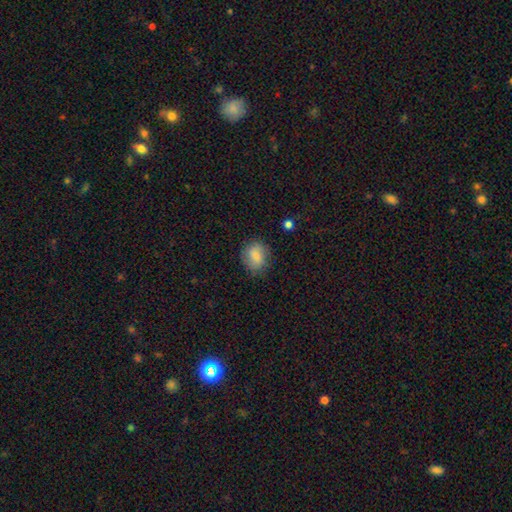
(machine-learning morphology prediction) Smooth or featured? smooth (80%)
How rounded? round (64%)
Merging? none (78%)